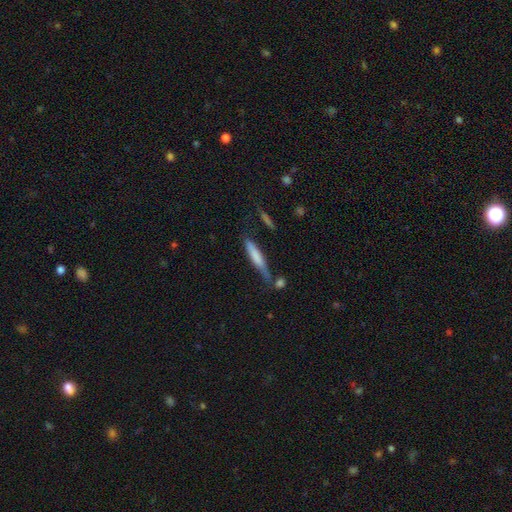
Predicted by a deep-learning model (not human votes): Q: Smooth or featured?
A: smooth (69%); runner-up: featured or disk (25%)
Q: How rounded?
A: cigar-shaped (86%); runner-up: in between (12%)
Q: Merging?
A: none (60%); runner-up: minor disturbance (23%)